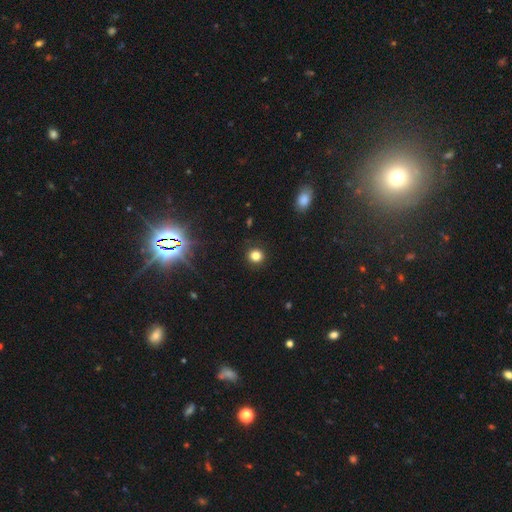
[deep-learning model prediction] Smooth or featured? smooth (80%)
How rounded? round (90%)
Merging? none (91%)